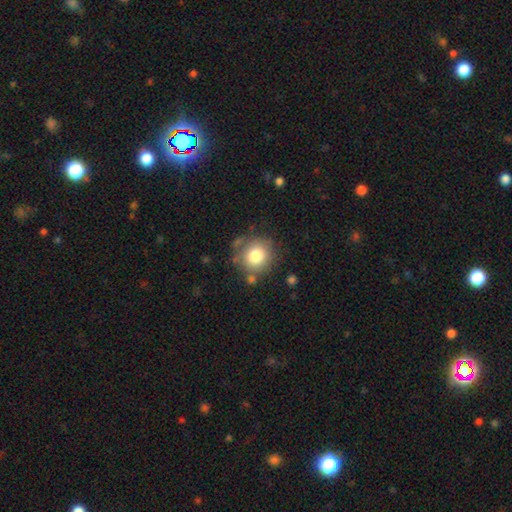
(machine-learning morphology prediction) A smooth galaxy with no disk features (79%) that is round (89%).

Vote fractions:
- Smooth or featured? smooth: 79% / featured or disk: 11% / star or artifact: 10%
- How rounded? round: 89% / in between: 10% / cigar-shaped: 1%
- Merging? none: 75% / minor disturbance: 14% / merger: 6% / major disturbance: 5%